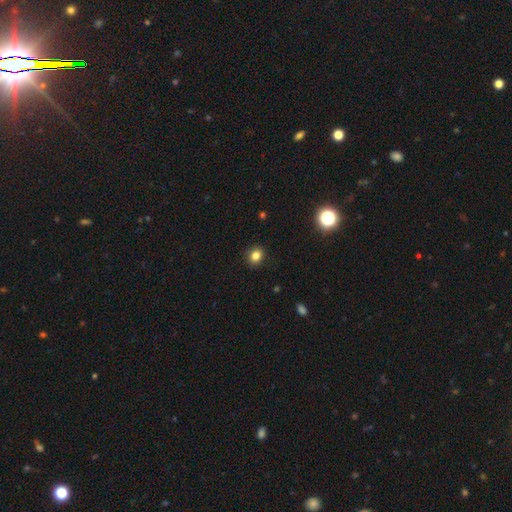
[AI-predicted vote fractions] The model was most divided on "how rounded": round: 68%, in between: 31%, cigar-shaped: 1%. More confident: merging — none (90%); smooth or featured — smooth (82%).